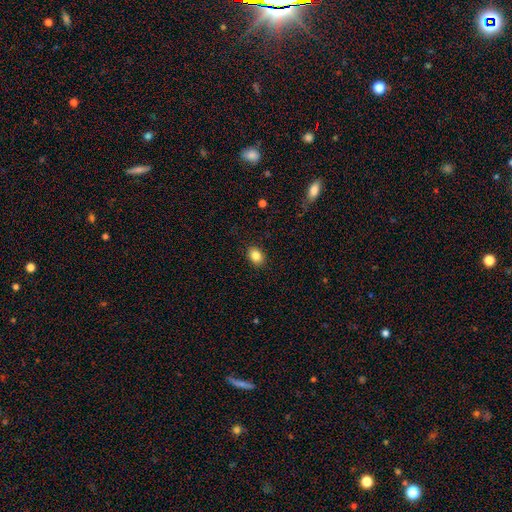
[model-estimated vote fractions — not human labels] Smooth or featured?
  - smooth: 85% *
  - star or artifact: 9%
  - featured or disk: 6%
How rounded?
  - in between: 66% *
  - round: 33%
  - cigar-shaped: 1%
Merging?
  - none: 89% *
  - minor disturbance: 8%
  - major disturbance: 2%
  - merger: 1%